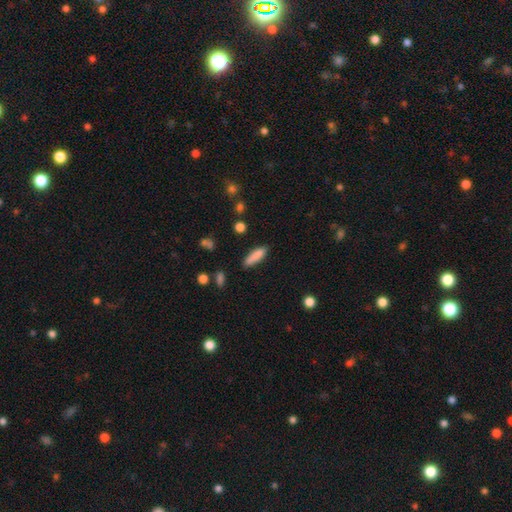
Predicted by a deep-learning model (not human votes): This appears to be a smooth galaxy with no disk features (86%) that is cigar-shaped (62%). Merging: none (81%).